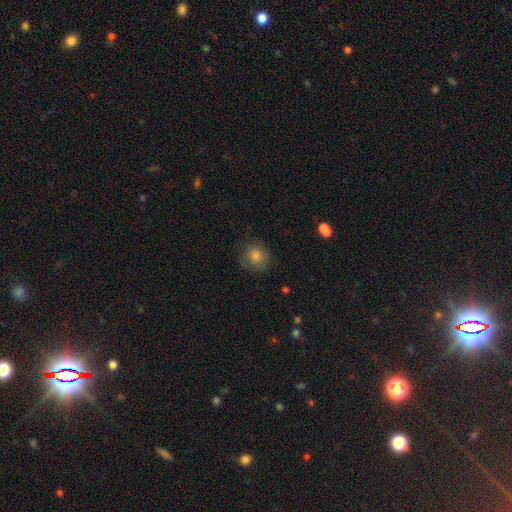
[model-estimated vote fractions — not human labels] Smooth or featured: smooth — 73% (featured or disk — 16%)
How rounded: round — 86% (in between — 13%)
Merging: none — 80% (minor disturbance — 14%)